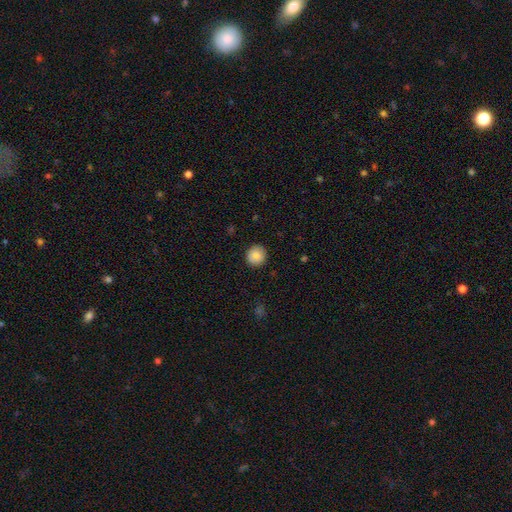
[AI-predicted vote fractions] Smooth or featured? smooth (87%)
How rounded? round (92%)
Merging? none (91%)